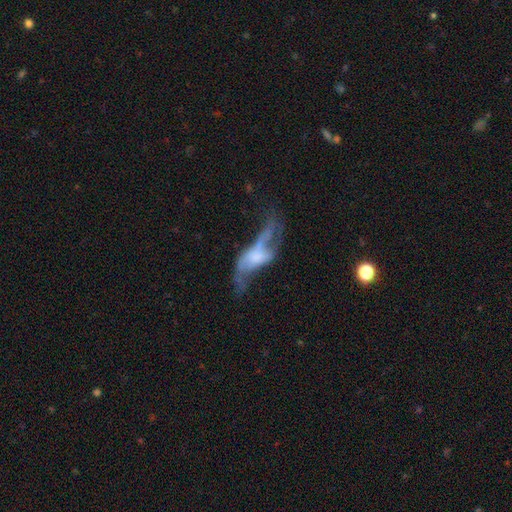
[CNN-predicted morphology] featured or disk 67%, smooth 23%, star or artifact 10%. Down the decision tree: edge-on disk — no (81%); bar — no (65%); spiral arms — yes (58%); bulge size — none (34%); merging — major disturbance (44%).